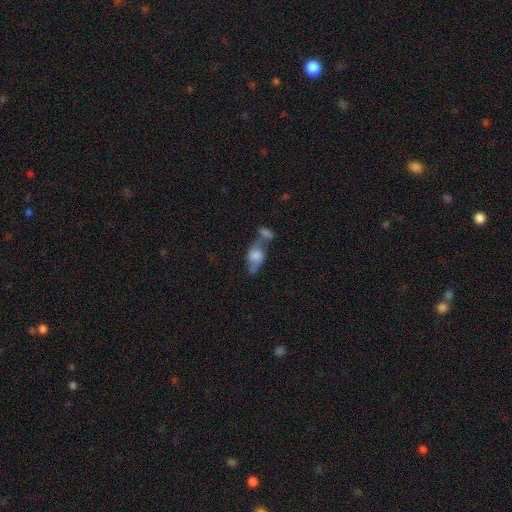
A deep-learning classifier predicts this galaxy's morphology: Smooth or featured? Predicted: smooth (p=0.52). How rounded? Predicted: in between (p=0.78). Merging? Predicted: merger (p=0.48).